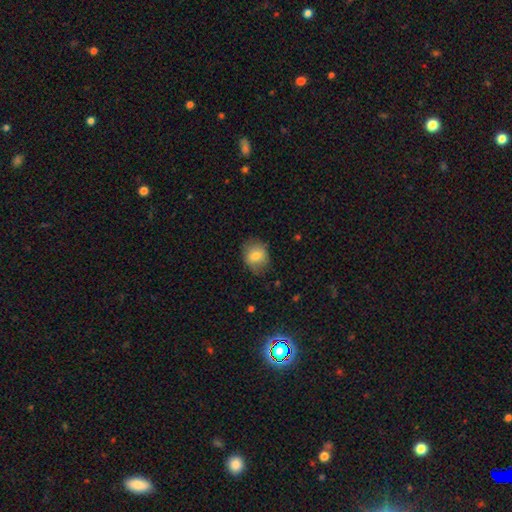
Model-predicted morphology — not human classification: The model was most divided on "how rounded": round: 63%, in between: 36%, cigar-shaped: 1%. More confident: smooth or featured — smooth (76%); merging — none (72%).